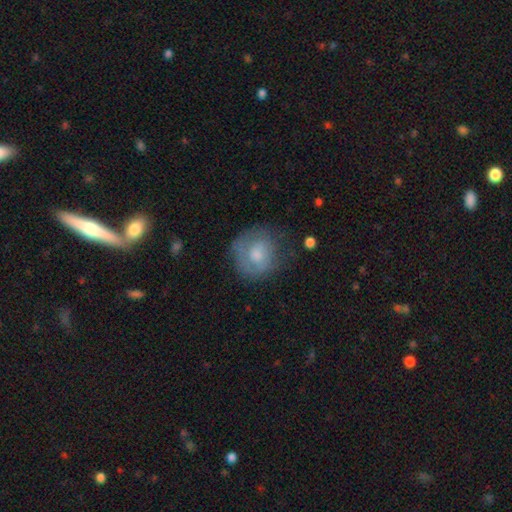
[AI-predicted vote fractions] Overall: smooth (59%; featured or disk 33%). How rounded: round (83%). Merging: none (61%; minor disturbance 24%).